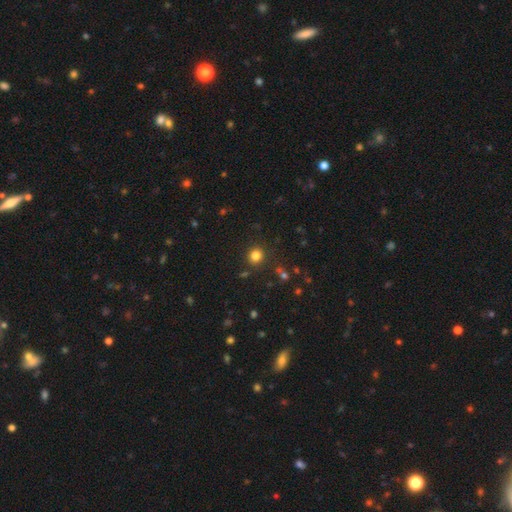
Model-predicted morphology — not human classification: Q: Smooth or featured?
A: smooth (80%); runner-up: star or artifact (15%)
Q: How rounded?
A: round (85%); runner-up: in between (14%)
Q: Merging?
A: none (87%); runner-up: minor disturbance (8%)